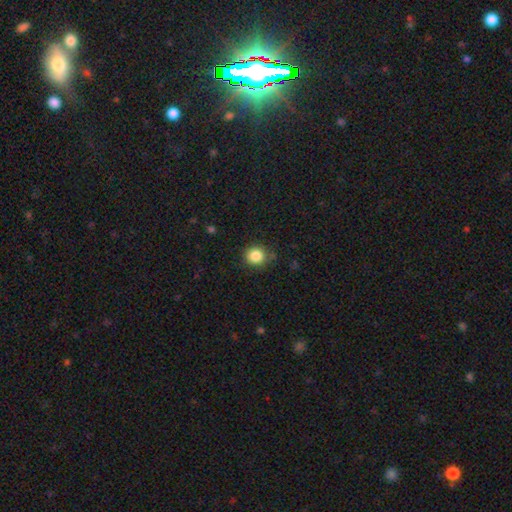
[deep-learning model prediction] Smooth or featured? Predicted: smooth (p=0.85). How rounded? Predicted: round (p=0.89). Merging? Predicted: none (p=0.85).